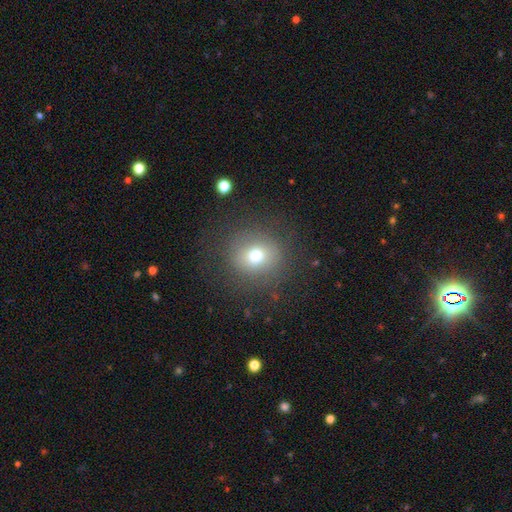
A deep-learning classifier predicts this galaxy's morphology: Smooth or featured? Predicted: smooth (p=0.72). How rounded? Predicted: round (p=0.87). Merging? Predicted: none (p=0.83).